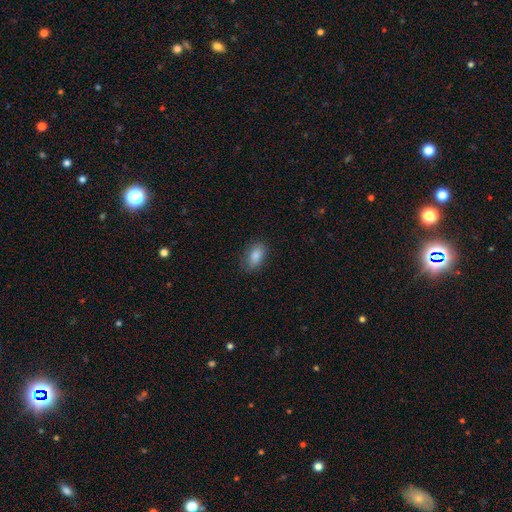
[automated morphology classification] smooth_or_featured: smooth (p=0.85) [alt: star or artifact p=0.08]
how_rounded: in between (p=0.90) [alt: round p=0.07]
merging: none (p=0.79) [alt: minor disturbance p=0.16]